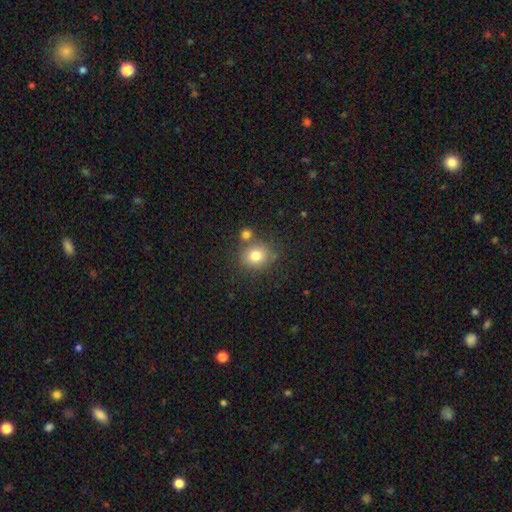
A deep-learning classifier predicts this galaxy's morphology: Smooth or featured? smooth (79%)
How rounded? round (75%)
Merging? none (69%)